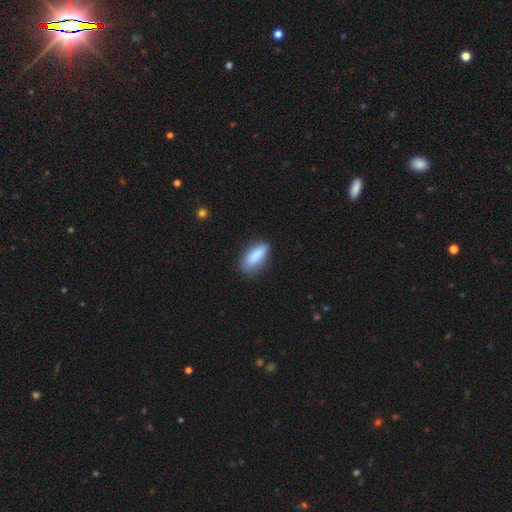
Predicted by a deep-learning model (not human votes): Smooth or featured?
  - smooth: 86% *
  - star or artifact: 7%
  - featured or disk: 7%
How rounded?
  - in between: 77% *
  - cigar-shaped: 21%
  - round: 3%
Merging?
  - none: 74% *
  - minor disturbance: 20%
  - major disturbance: 4%
  - merger: 2%